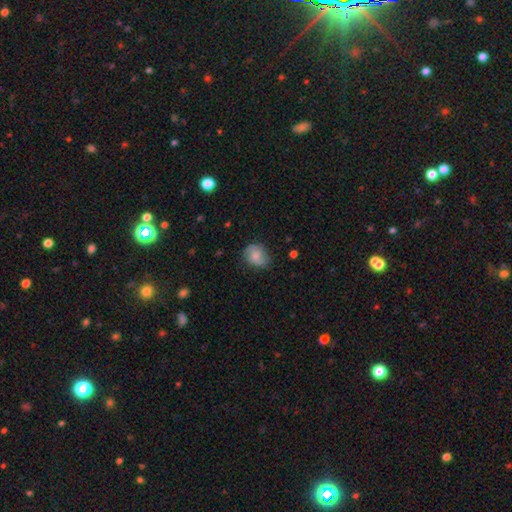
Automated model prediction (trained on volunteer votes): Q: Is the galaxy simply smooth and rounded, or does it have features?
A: smooth — 55%.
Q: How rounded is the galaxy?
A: round — 58%.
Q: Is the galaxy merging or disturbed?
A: none — 68%.